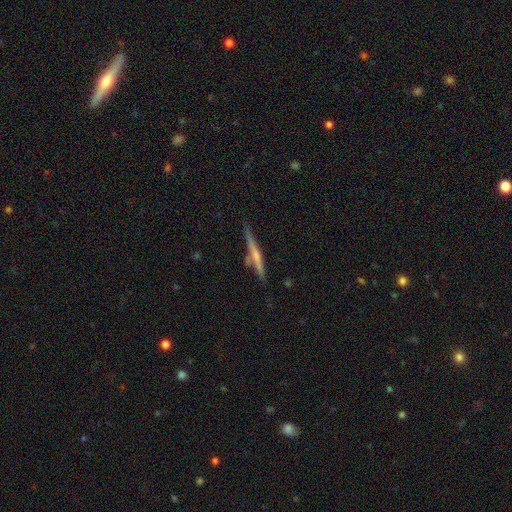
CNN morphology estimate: This appears to be a featured or disk galaxy (54%) viewed edge-on (97%) with a rounded central bulge (50%). Merging: none (75%).